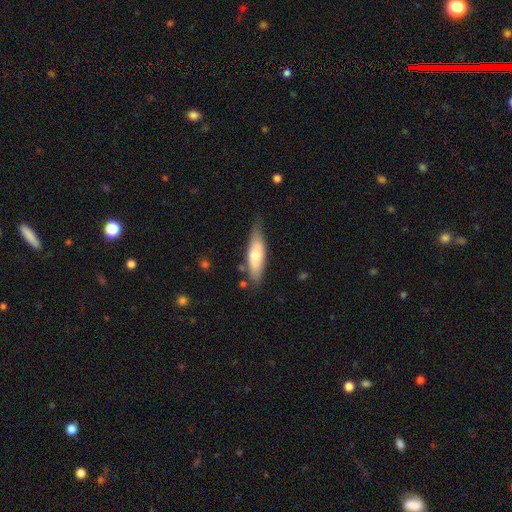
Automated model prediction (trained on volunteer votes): Smooth or featured? smooth (73%)
How rounded? cigar-shaped (53%)
Merging? none (65%)